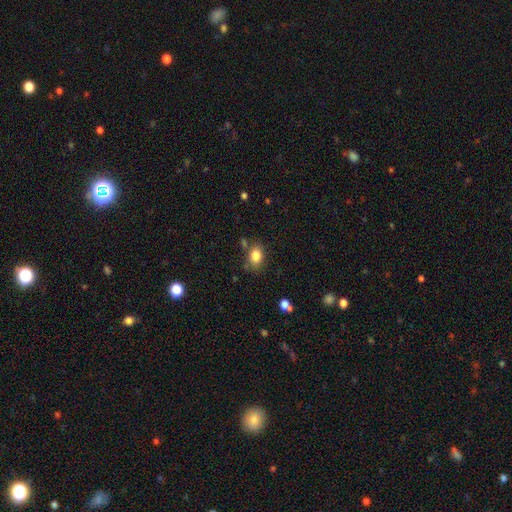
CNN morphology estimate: A smooth galaxy with no disk features (82%) that is in between round and cigar-shaped (73%). Merging: none (73%).